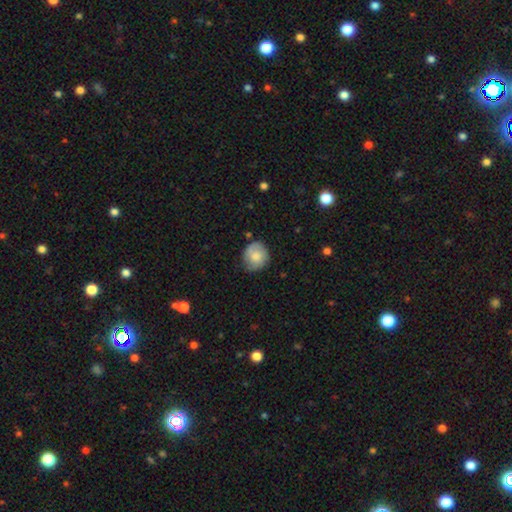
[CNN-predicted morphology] type=smooth (70%); roundness=round (77%); merging=none (72%).